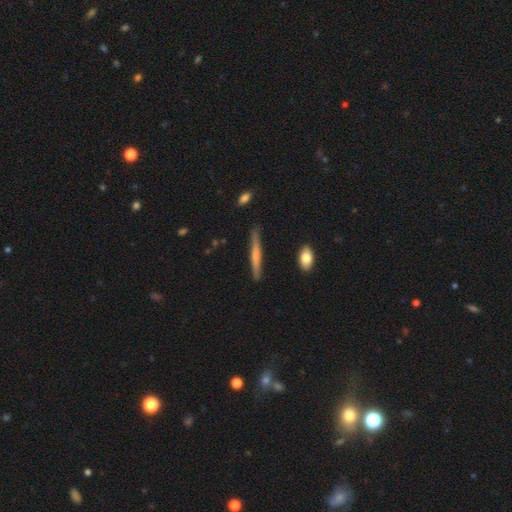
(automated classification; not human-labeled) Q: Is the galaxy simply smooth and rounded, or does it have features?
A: smooth — 53%.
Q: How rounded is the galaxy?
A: cigar-shaped — 95%.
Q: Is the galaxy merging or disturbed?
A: none — 86%.